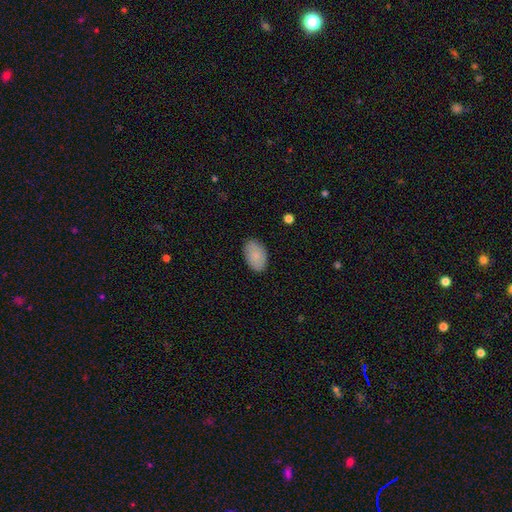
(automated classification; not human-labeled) Smooth or featured?
  - smooth: 86% *
  - featured or disk: 8%
  - star or artifact: 6%
How rounded?
  - in between: 91% *
  - round: 7%
  - cigar-shaped: 1%
Merging?
  - none: 87% *
  - minor disturbance: 10%
  - major disturbance: 2%
  - merger: 1%